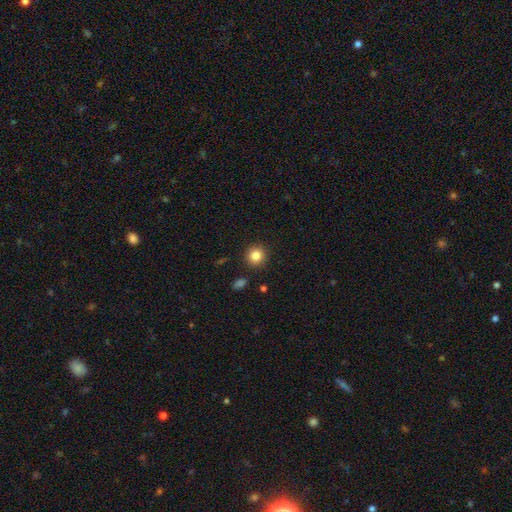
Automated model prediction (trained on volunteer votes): This is clearly a smooth galaxy (84%). How rounded: clearly round (90%). Merging: clearly none (90%).